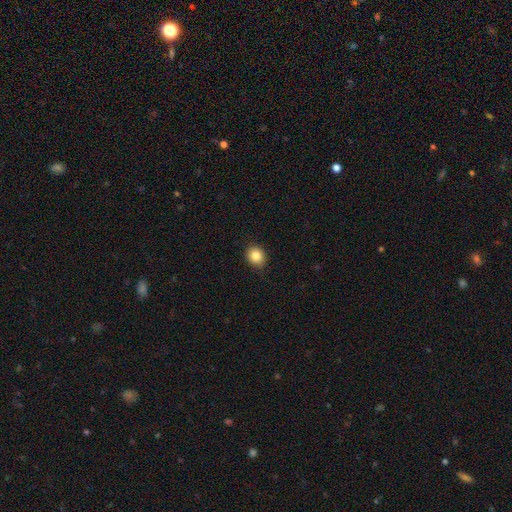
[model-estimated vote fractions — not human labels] smooth_or_featured: smooth (p=0.85) [alt: star or artifact p=0.10]
how_rounded: round (p=0.66) [alt: in between p=0.33]
merging: none (p=0.87) [alt: minor disturbance p=0.10]